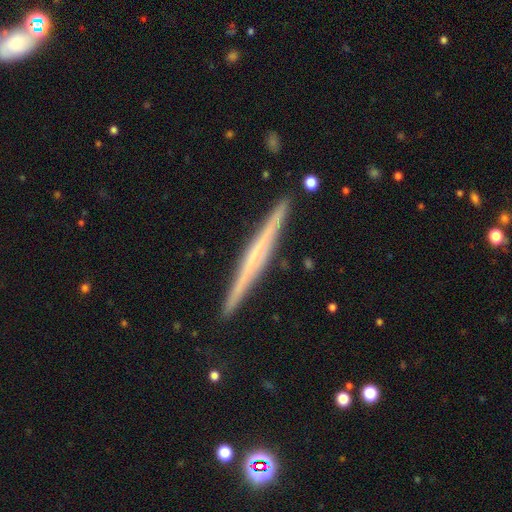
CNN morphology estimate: This is likely a featured or disk galaxy (65%). It is clearly viewed edge-on (98%). Edge-on bulge: likely none (71%). Merging: clearly none (92%).